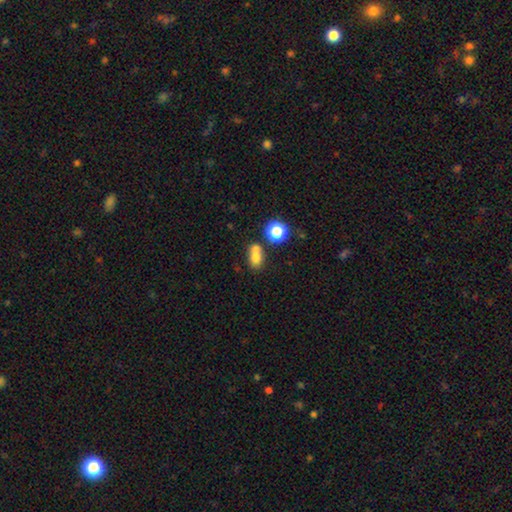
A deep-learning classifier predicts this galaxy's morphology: type=smooth (73%); roundness=in between (55%); merging=merger (48%).